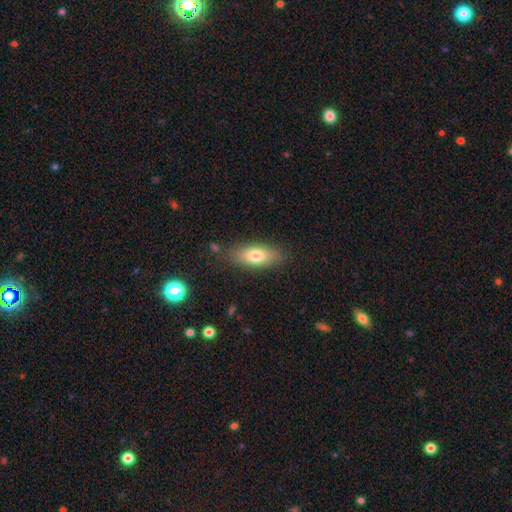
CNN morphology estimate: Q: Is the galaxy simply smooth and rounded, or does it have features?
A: smooth — 75%.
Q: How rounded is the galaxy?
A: in between — 78%.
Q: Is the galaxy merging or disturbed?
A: none — 81%.